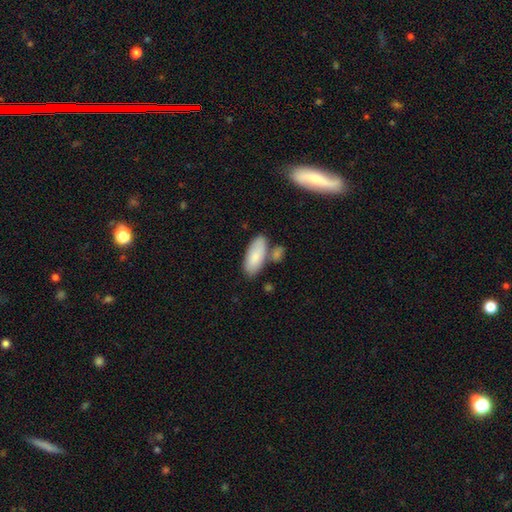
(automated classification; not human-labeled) This appears to be a smooth galaxy with no disk features (85%) that is in between round and cigar-shaped (85%). Merging: none (65%).